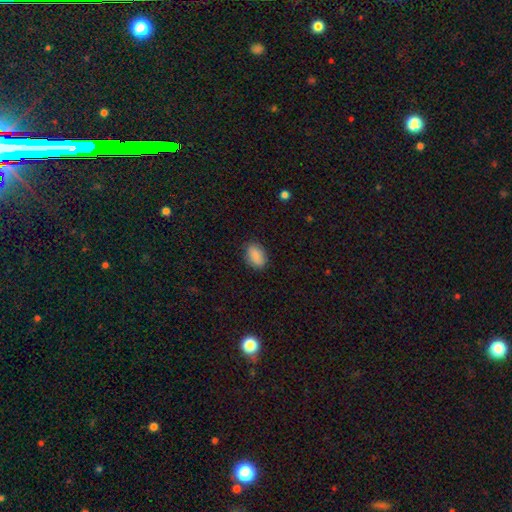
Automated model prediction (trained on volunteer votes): The model was most divided on "merging": none: 85%, minor disturbance: 11%, major disturbance: 3%, merger: 1%. More confident: smooth or featured — smooth (88%); how rounded — in between (86%).